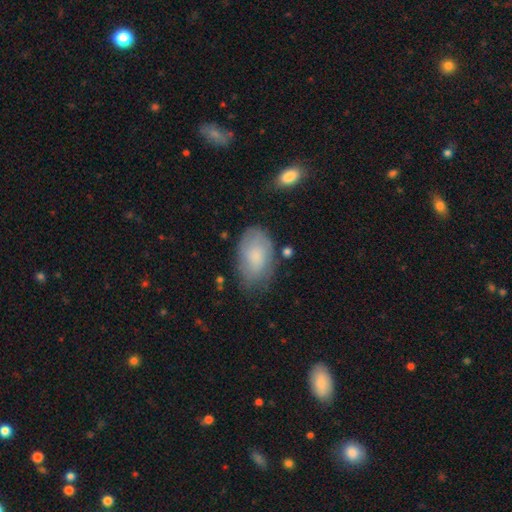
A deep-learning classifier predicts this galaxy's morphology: Q: Smooth or featured?
A: smooth (71%); runner-up: featured or disk (22%)
Q: How rounded?
A: in between (92%); runner-up: round (6%)
Q: Merging?
A: none (64%); runner-up: minor disturbance (26%)